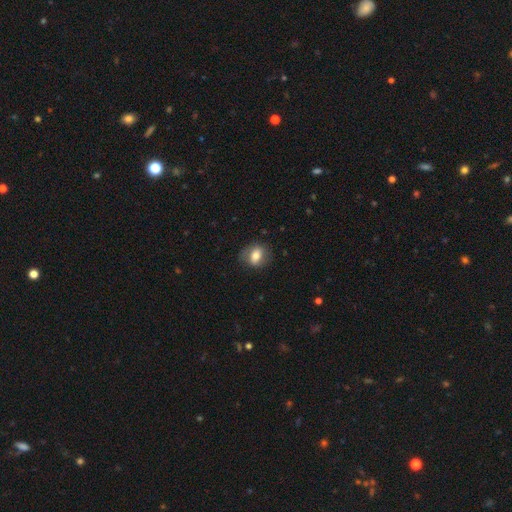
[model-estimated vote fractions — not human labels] A smooth galaxy with no disk features (67%) that is in between round and cigar-shaped (61%). Merging: none (73%).